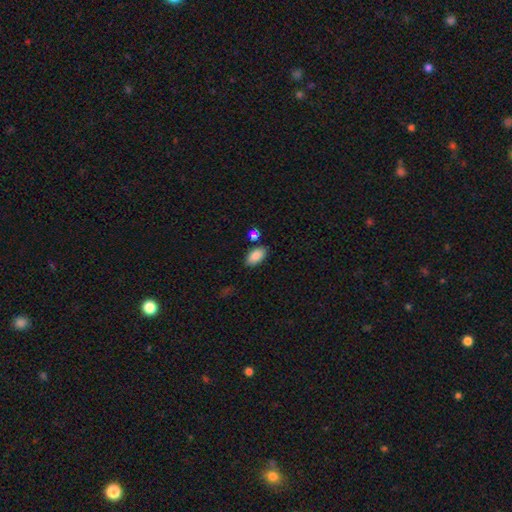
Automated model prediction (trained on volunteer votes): Smooth or featured: smooth — 87% (star or artifact — 8%)
How rounded: in between — 93% (round — 4%)
Merging: none — 80% (minor disturbance — 11%)